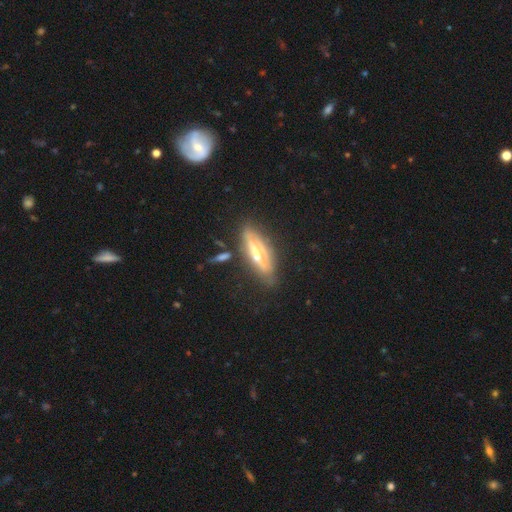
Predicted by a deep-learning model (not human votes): Q: Smooth or featured?
A: featured or disk (67%); runner-up: smooth (25%)
Q: Edge-on disk?
A: yes (75%); runner-up: no (25%)
Q: Edge-on bulge?
A: rounded (65%); runner-up: none (18%)
Q: Merging?
A: none (70%); runner-up: minor disturbance (19%)